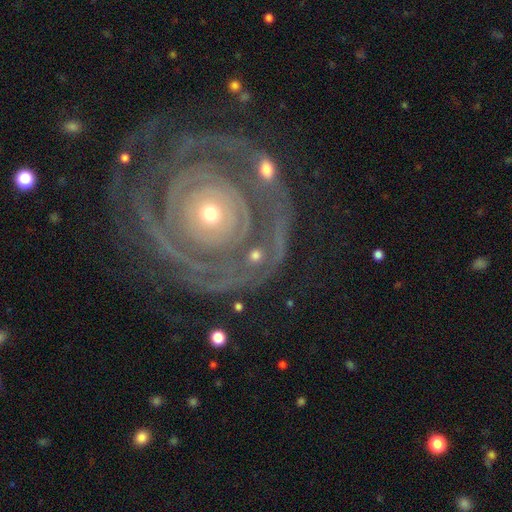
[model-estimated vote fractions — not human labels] A featured or disk galaxy (80%) with no bar (84%), tight (78%) spiral arms (83%) and a small central bulge (49%).

Vote fractions:
- Smooth or featured? featured or disk: 80% / smooth: 12% / star or artifact: 8%
- Edge-on disk? no: 96% / yes: 4%
- Bar? no: 84% / weak: 10% / strong: 6%
- Spiral arms? yes: 83% / no: 17%
- Spiral winding? tight: 78% / medium: 16% / loose: 6%
- Spiral arm count? can't tell: 29% / 2: 28% / 3: 16% / 4: 9% / more than 4: 9% / 1: 9%
- Bulge size? small: 49% / moderate: 43% / large: 4% / dominant: 2% / none: 2%
- Merging? none: 54% / major disturbance: 16% / minor disturbance: 16% / merger: 14%